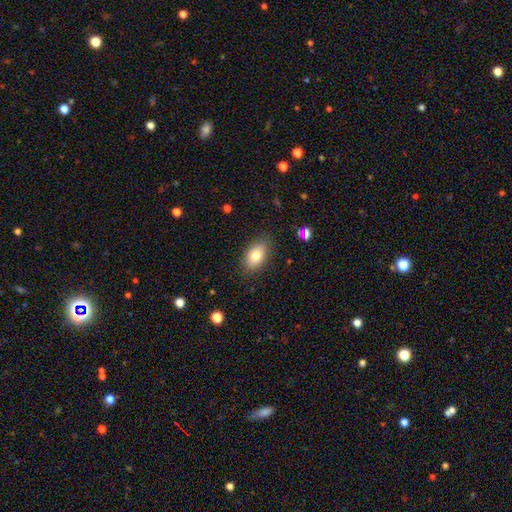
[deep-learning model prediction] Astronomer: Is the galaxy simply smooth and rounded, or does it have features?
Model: smooth — 80%.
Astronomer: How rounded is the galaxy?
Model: in between — 89%.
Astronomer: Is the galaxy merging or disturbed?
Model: none — 85%.